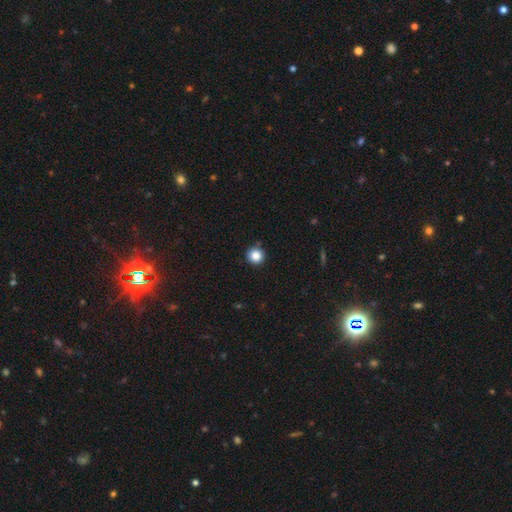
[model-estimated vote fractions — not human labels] A smooth galaxy with no disk features (85%) that is round (95%).

Vote fractions:
- Smooth or featured? smooth: 85% / star or artifact: 11% / featured or disk: 4%
- How rounded? round: 95% / in between: 4% / cigar-shaped: 1%
- Merging? none: 90% / minor disturbance: 7% / merger: 2% / major disturbance: 2%